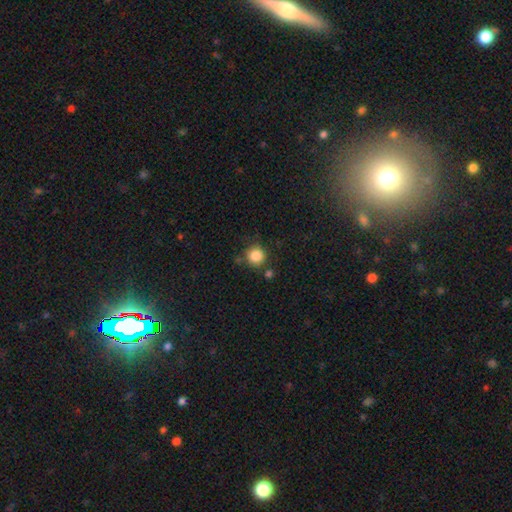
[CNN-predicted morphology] Q: Smooth or featured?
A: smooth (86%); runner-up: star or artifact (10%)
Q: How rounded?
A: round (93%); runner-up: in between (6%)
Q: Merging?
A: none (78%); runner-up: minor disturbance (11%)